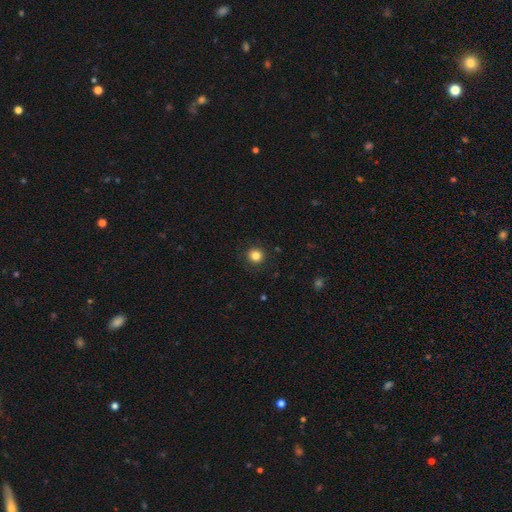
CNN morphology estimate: A smooth galaxy with no disk features (83%) that is round (93%). Merging: none (91%).